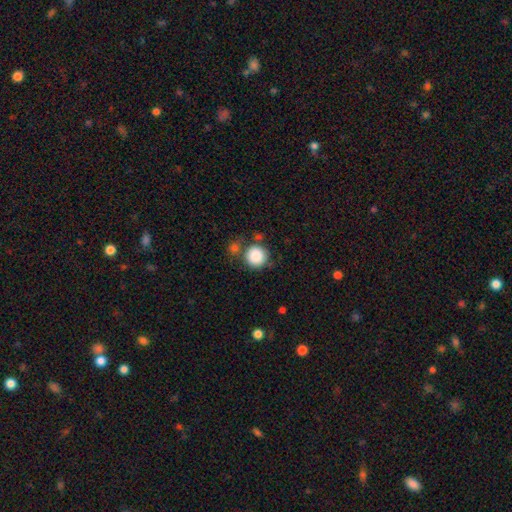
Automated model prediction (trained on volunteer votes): A smooth galaxy with no disk features (87%) that is round (93%). Merging: none (71%).